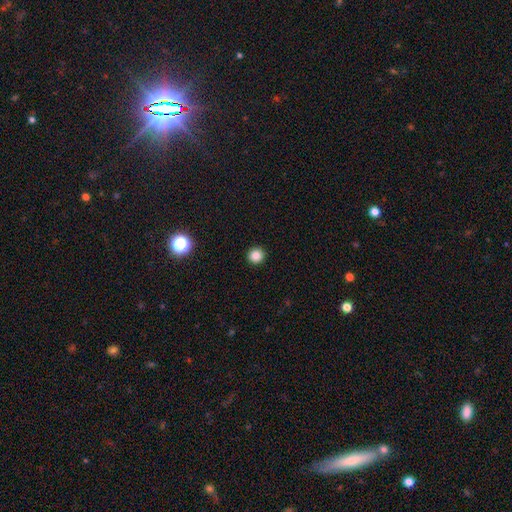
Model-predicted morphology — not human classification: A smooth galaxy with no disk features (84%) that is round (95%). Merging: none (93%).